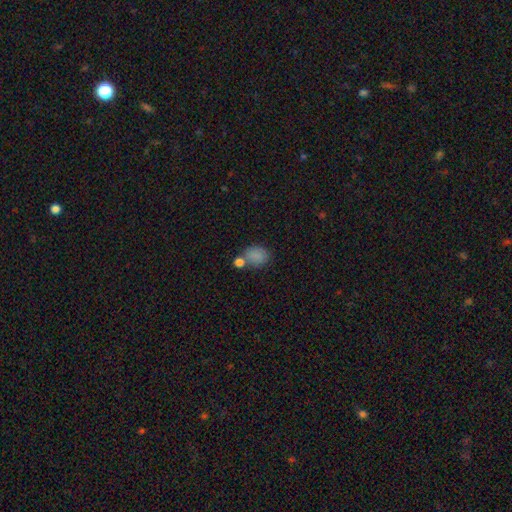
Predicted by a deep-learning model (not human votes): Q: Smooth or featured?
A: smooth (83%); runner-up: star or artifact (10%)
Q: How rounded?
A: in between (52%); runner-up: round (47%)
Q: Merging?
A: none (54%); runner-up: merger (25%)